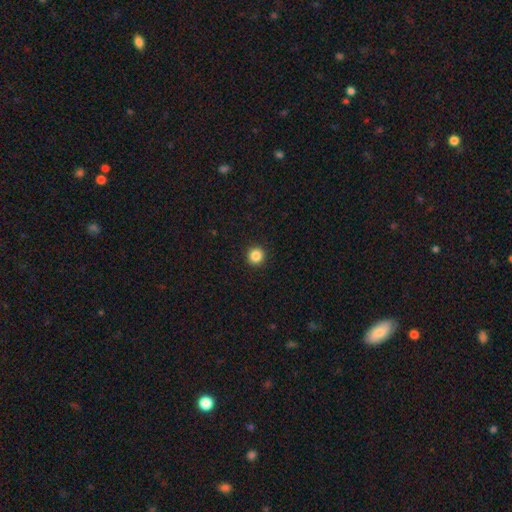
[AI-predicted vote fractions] smooth-or-featured: smooth: 86% | star or artifact: 10% | featured or disk: 3%
  how-rounded: round: 94% | in between: 5% | cigar-shaped: 1%
  merging: none: 93% | minor disturbance: 4% | major disturbance: 2% | merger: 1%